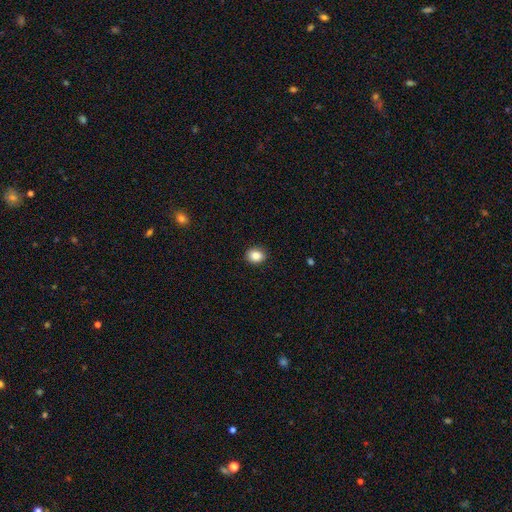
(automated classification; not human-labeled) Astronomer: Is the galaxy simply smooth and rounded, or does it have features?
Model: smooth — 86%.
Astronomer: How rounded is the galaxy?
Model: round — 58% (runner-up: in between, 41%).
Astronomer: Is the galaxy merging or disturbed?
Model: none — 91%.